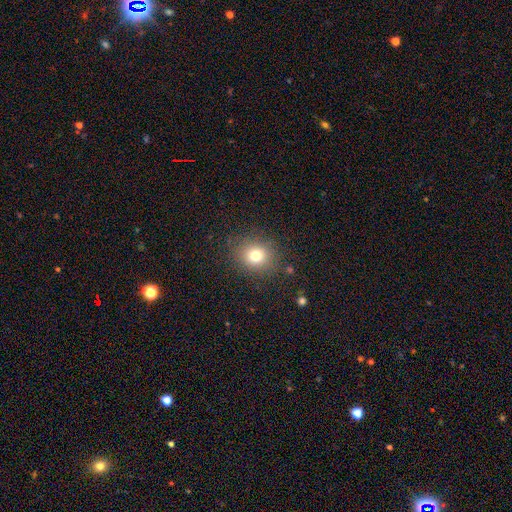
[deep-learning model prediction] This appears to be a smooth galaxy with no disk features (77%) that is round (76%). Merging: none (86%).